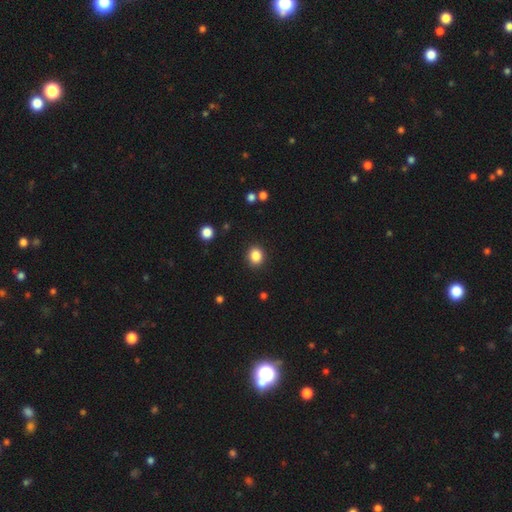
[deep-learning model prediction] Smooth or featured: smooth — 85% (star or artifact — 11%)
How rounded: round — 76% (in between — 23%)
Merging: none — 90% (minor disturbance — 6%)